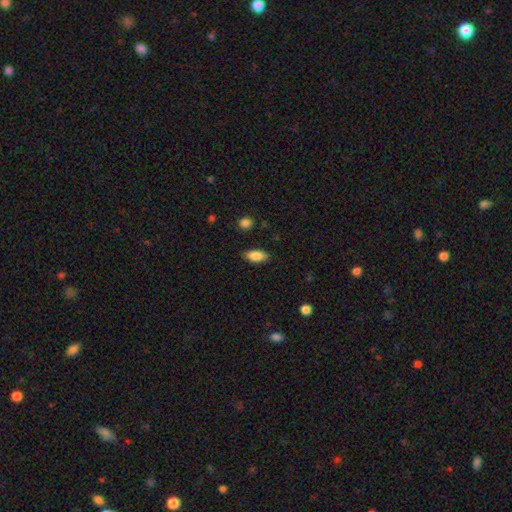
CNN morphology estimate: Overall: smooth (85%). How rounded: in between (88%). Merging: none (84%).